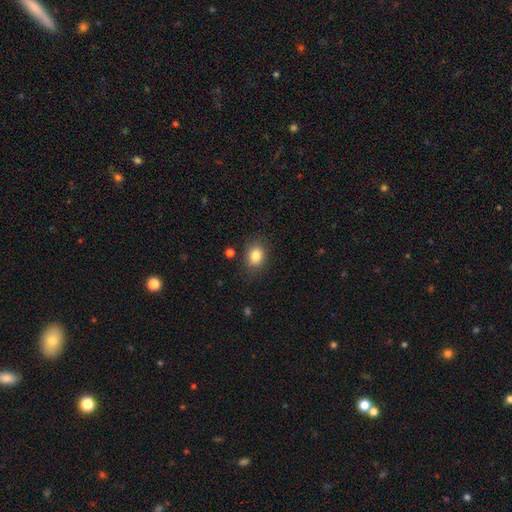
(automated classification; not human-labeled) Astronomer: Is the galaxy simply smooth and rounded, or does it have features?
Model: smooth — 84%.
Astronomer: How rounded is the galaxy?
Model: in between — 54% (runner-up: round, 45%).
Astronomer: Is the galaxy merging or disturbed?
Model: none — 81%.